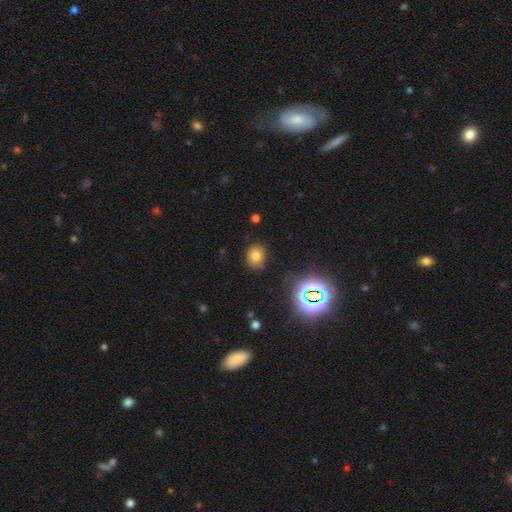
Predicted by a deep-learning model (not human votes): Q: Smooth or featured?
A: smooth (73%); runner-up: star or artifact (18%)
Q: How rounded?
A: round (66%); runner-up: in between (33%)
Q: Merging?
A: none (77%); runner-up: minor disturbance (16%)